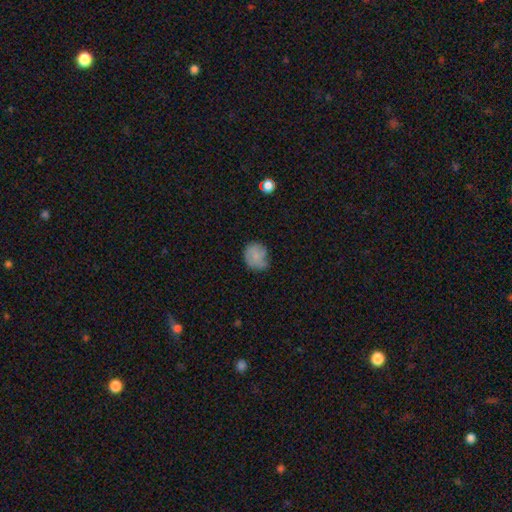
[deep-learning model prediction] Smooth or featured?
  - smooth: 65% *
  - featured or disk: 26%
  - star or artifact: 9%
How rounded?
  - round: 72% *
  - in between: 27%
  - cigar-shaped: 1%
Merging?
  - none: 57% *
  - minor disturbance: 31%
  - major disturbance: 9%
  - merger: 2%